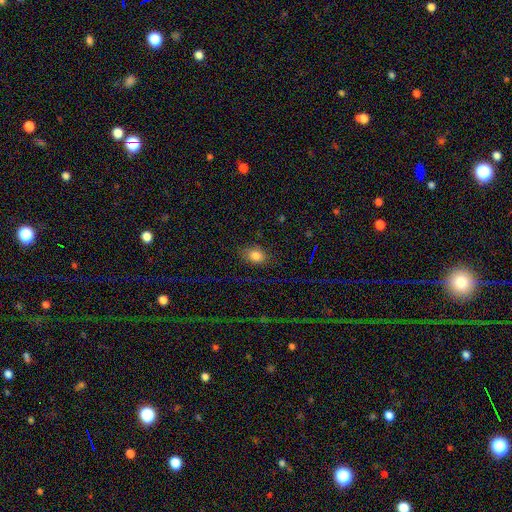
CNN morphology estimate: Smooth or featured? smooth (81%)
How rounded? in between (75%)
Merging? none (80%)